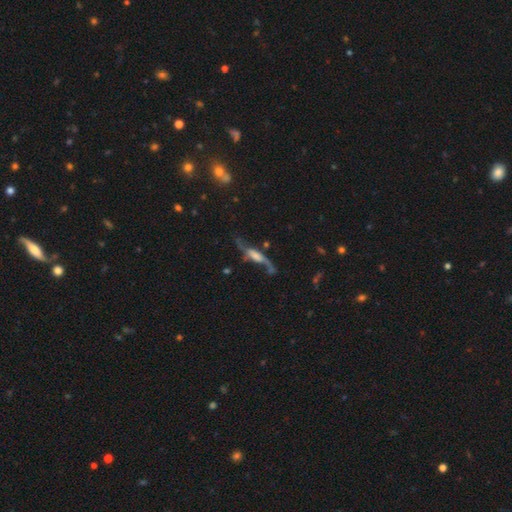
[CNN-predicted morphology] Smooth or featured?
  - featured or disk: 67% *
  - smooth: 24%
  - star or artifact: 9%
Edge-on disk?
  - no: 64% *
  - yes: 36%
Merging?
  - none: 47% *
  - major disturbance: 25%
  - minor disturbance: 21%
  - merger: 7%